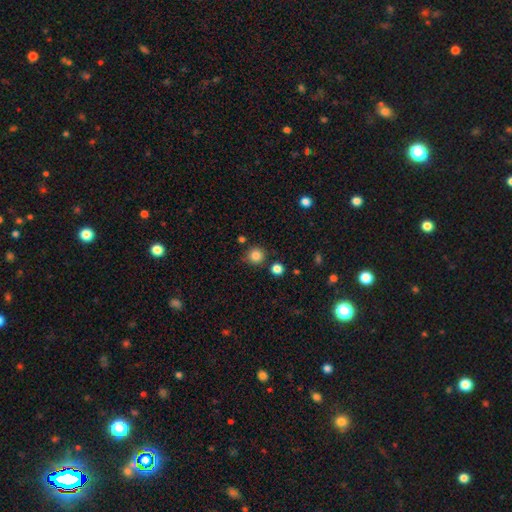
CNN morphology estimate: smooth_or_featured: smooth (p=0.84) [alt: star or artifact p=0.11]
how_rounded: round (p=0.92) [alt: in between p=0.07]
merging: none (p=0.82) [alt: minor disturbance p=0.10]